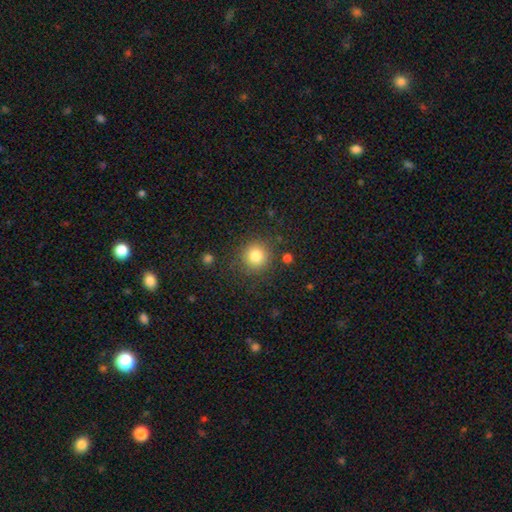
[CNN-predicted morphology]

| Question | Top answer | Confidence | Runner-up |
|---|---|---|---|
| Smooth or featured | smooth | 82% | star or artifact (12%) |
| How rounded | round | 92% | in between (7%) |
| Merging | none | 85% | minor disturbance (9%) |